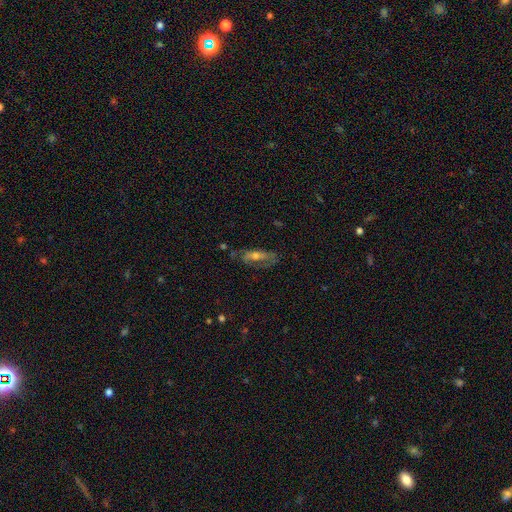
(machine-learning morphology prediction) This appears to be a featured or disk galaxy (62%). Merging: none (62%).